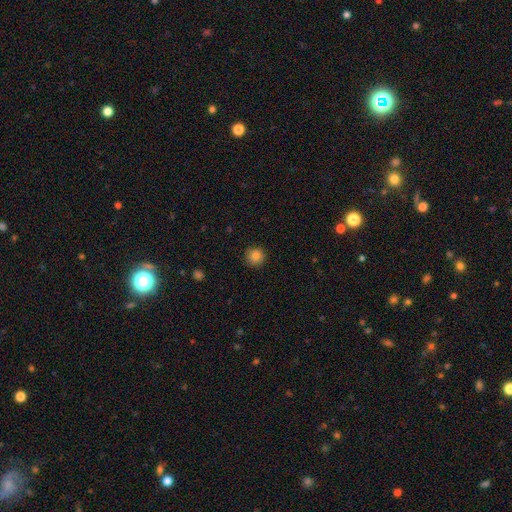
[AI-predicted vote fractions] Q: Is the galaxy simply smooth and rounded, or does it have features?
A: smooth — 83%.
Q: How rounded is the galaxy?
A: round — 94%.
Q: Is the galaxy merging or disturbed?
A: none — 90%.